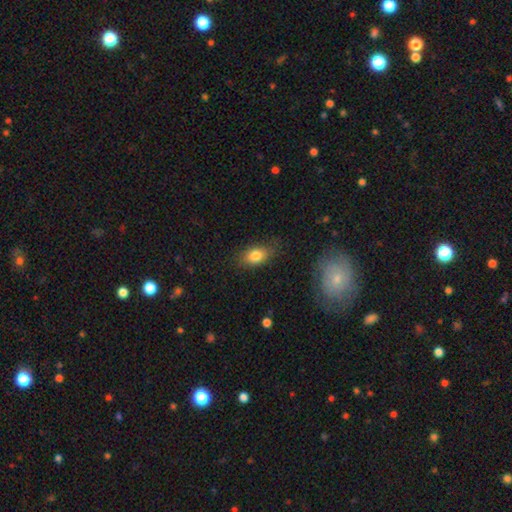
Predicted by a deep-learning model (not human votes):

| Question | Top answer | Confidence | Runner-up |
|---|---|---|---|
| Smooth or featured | smooth | 81% | featured or disk (10%) |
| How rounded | in between | 84% | round (12%) |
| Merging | none | 76% | minor disturbance (18%) |